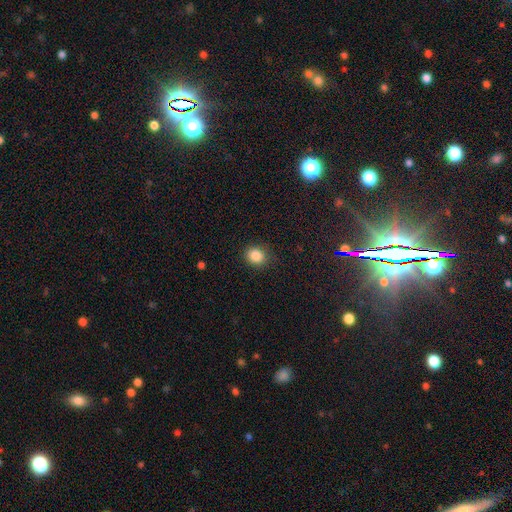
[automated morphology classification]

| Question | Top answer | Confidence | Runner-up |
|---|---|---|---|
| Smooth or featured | smooth | 86% | star or artifact (10%) |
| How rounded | round | 78% | in between (21%) |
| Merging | none | 86% | minor disturbance (10%) |